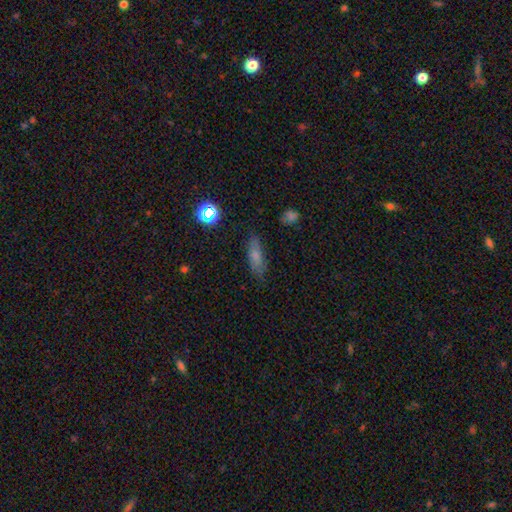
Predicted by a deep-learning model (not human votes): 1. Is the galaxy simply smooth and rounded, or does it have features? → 70% smooth, 18% featured or disk, 12% star or artifact.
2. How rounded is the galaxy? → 58% in between, 37% cigar-shaped, 4% round.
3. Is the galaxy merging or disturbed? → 75% none, 18% minor disturbance, 5% major disturbance, 2% merger.